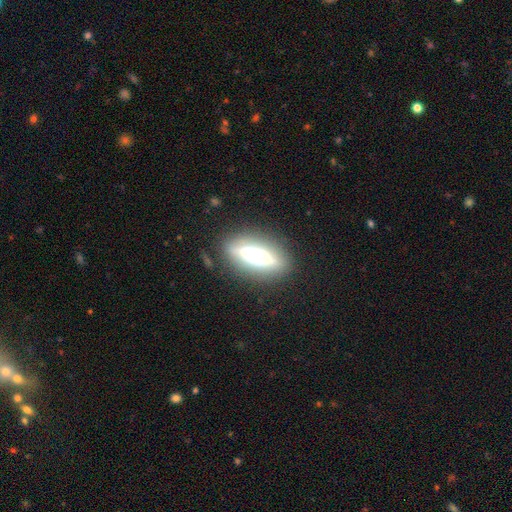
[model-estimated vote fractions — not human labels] smooth_or_featured: featured or disk (p=0.55) [alt: smooth p=0.35]
disk_edge_on: yes (p=0.79) [alt: no p=0.21]
merging: none (p=0.82) [alt: minor disturbance p=0.11]